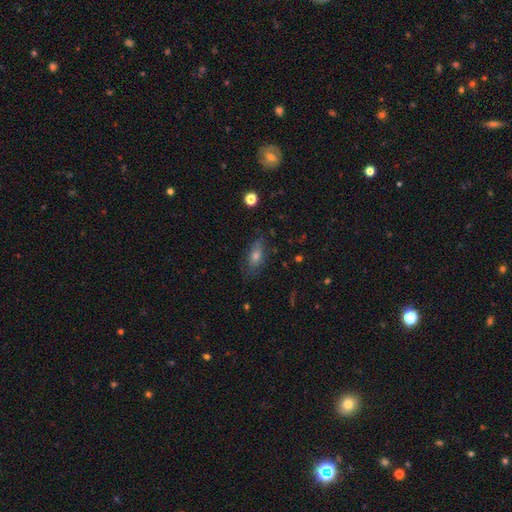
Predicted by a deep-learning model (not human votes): A smooth galaxy with no disk features (54%) that is in between round and cigar-shaped (72%). Merging: none (76%).